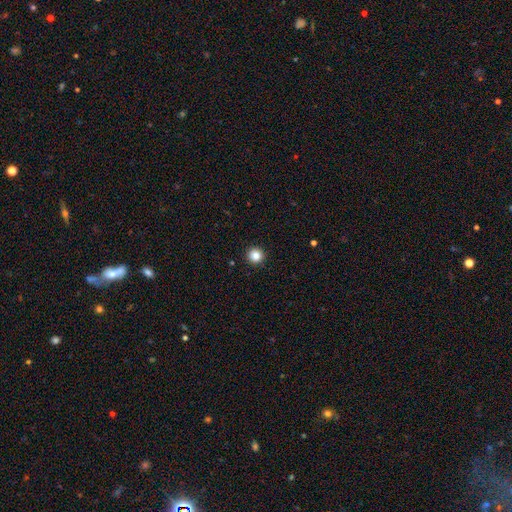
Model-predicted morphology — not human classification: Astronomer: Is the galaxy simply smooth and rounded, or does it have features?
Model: smooth — 83%.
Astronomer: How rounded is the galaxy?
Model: round — 96%.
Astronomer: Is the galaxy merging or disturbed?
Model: none — 94%.